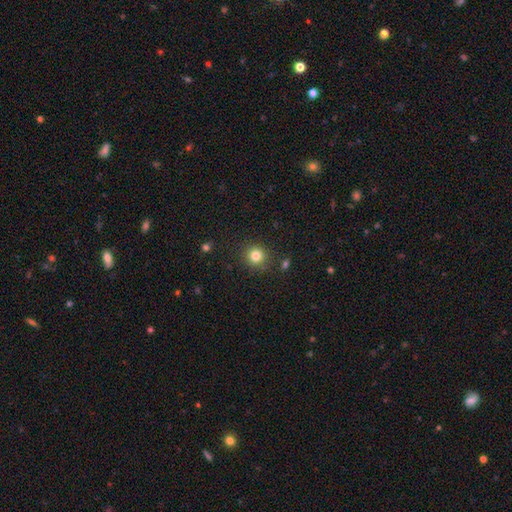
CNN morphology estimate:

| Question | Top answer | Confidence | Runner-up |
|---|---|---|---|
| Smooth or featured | smooth | 81% | star or artifact (13%) |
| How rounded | round | 92% | in between (7%) |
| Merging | none | 88% | minor disturbance (7%) |